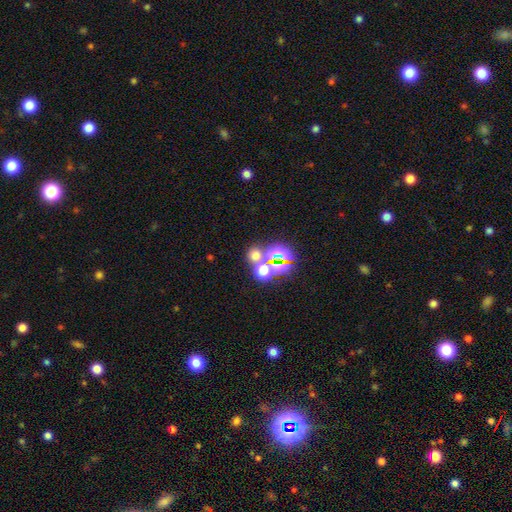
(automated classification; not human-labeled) Overall: smooth (55%; star or artifact 37%). How rounded: round (83%). Merging: none (62%; merger 28%).